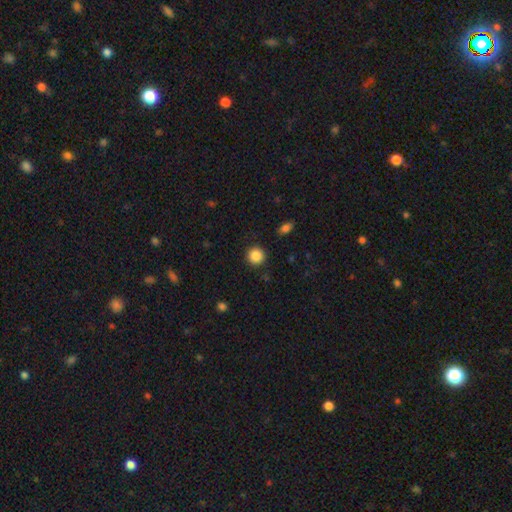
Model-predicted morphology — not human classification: smooth-or-featured: smooth: 87% | star or artifact: 10% | featured or disk: 4%
  how-rounded: round: 94% | in between: 5% | cigar-shaped: 1%
  merging: none: 91% | minor disturbance: 6% | major disturbance: 2% | merger: 1%